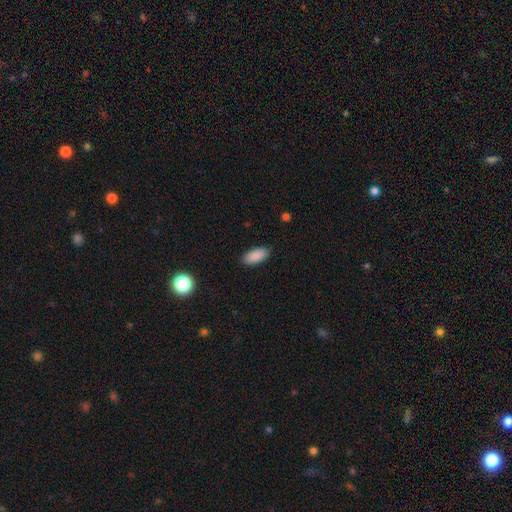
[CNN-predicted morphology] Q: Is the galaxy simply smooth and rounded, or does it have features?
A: smooth — 89%.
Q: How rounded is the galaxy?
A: in between — 88%.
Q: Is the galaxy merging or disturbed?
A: none — 86%.